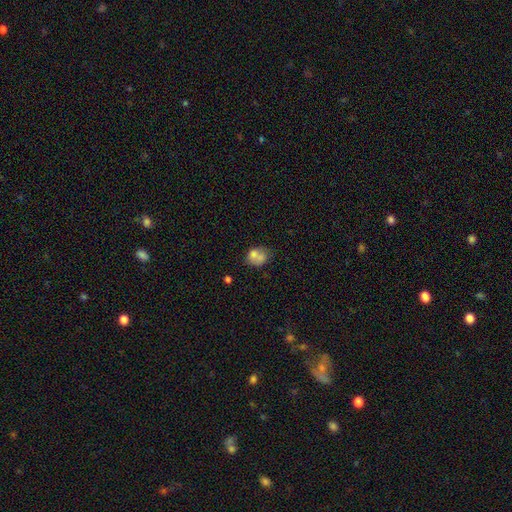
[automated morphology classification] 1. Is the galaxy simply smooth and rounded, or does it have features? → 67% smooth, 23% featured or disk, 10% star or artifact.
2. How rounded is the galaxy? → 53% round, 46% in between, 1% cigar-shaped.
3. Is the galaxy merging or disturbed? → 50% merger, 29% none, 13% minor disturbance, 7% major disturbance.